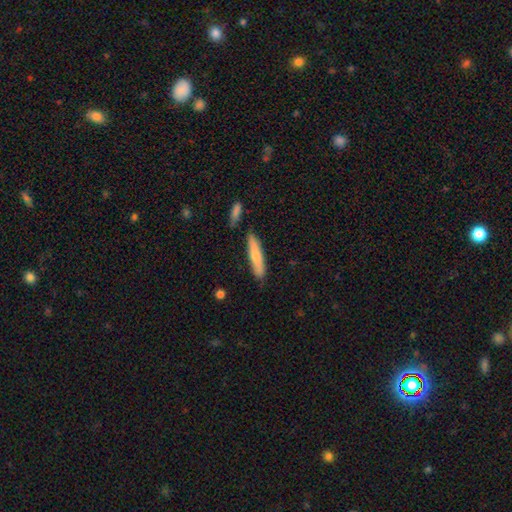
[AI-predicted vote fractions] Smooth or featured? Predicted: smooth (p=0.69). How rounded? Predicted: cigar-shaped (p=0.86). Merging? Predicted: none (p=0.79).